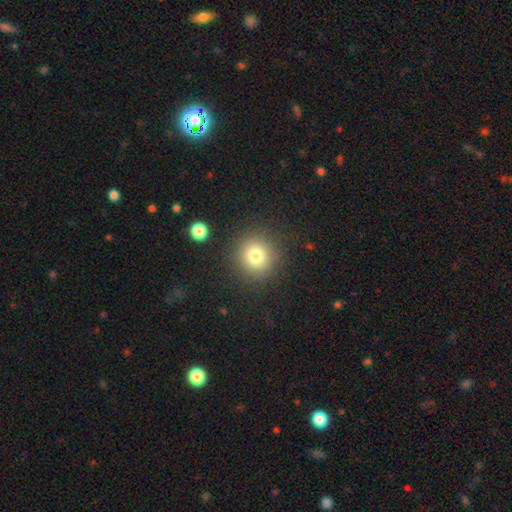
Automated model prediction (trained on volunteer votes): A smooth galaxy with no disk features (79%) that is round (90%).

Vote fractions:
- Smooth or featured? smooth: 79% / star or artifact: 13% / featured or disk: 8%
- How rounded? round: 90% / in between: 9% / cigar-shaped: 1%
- Merging? none: 88% / minor disturbance: 7% / major disturbance: 3% / merger: 2%